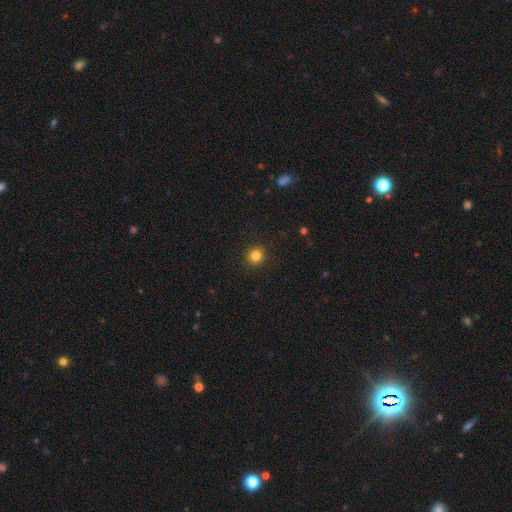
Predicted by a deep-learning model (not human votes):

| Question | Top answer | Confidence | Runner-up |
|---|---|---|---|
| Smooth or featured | smooth | 83% | star or artifact (12%) |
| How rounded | round | 94% | in between (5%) |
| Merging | none | 92% | minor disturbance (5%) |